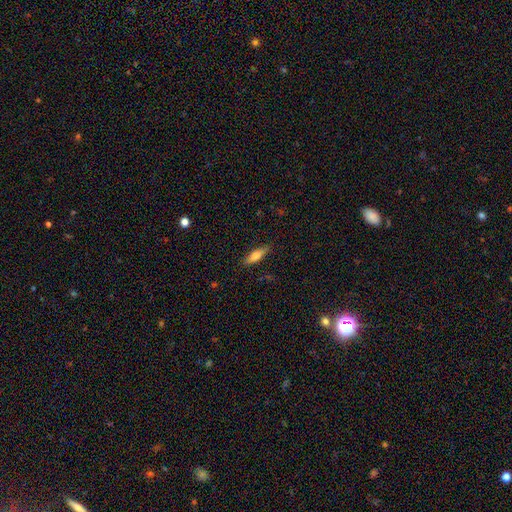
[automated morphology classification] smooth_or_featured: smooth (p=0.69) [alt: featured or disk p=0.24]
how_rounded: cigar-shaped (p=0.57) [alt: in between p=0.41]
merging: none (p=0.86) [alt: minor disturbance p=0.11]